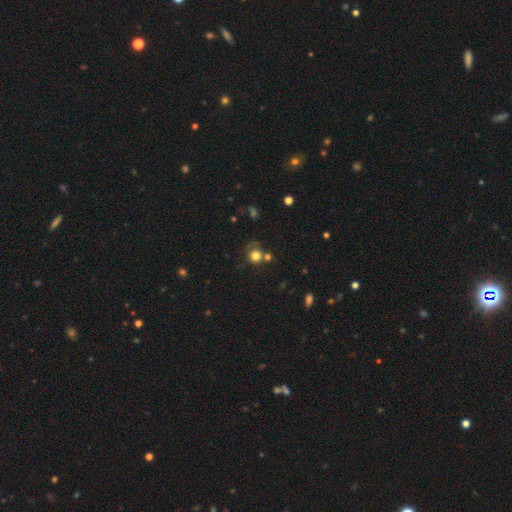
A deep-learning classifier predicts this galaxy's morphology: smooth 78%, star or artifact 14%, featured or disk 8%. Down the decision tree: how rounded — round (87%); merging — none (60%).